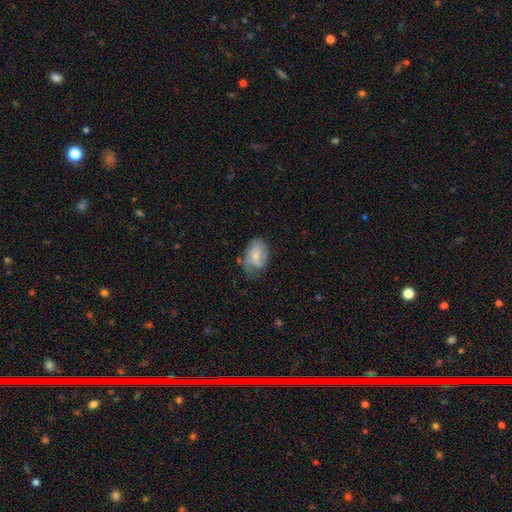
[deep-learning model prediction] This is possibly a smooth galaxy (56%). How rounded: clearly in between (81%). Merging: possibly none (46%).